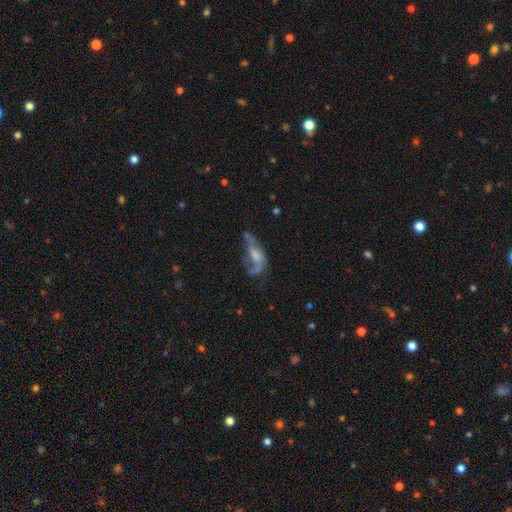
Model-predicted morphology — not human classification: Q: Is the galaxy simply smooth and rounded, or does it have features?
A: featured or disk — 58%.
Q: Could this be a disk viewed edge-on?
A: no — 82%.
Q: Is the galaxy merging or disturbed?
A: major disturbance — 38%.